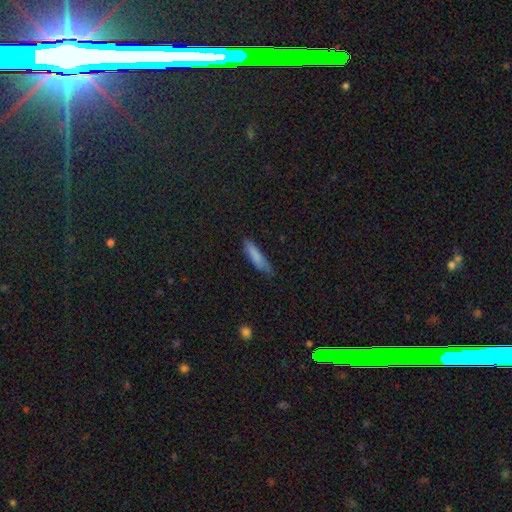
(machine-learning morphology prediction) type=smooth (81%); roundness=cigar-shaped (77%); merging=none (65%).